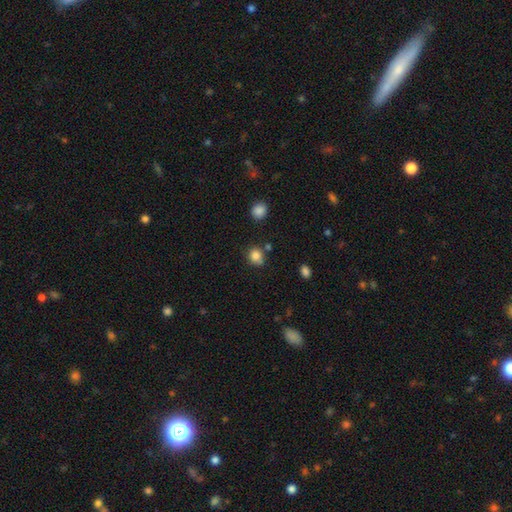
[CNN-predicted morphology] A smooth galaxy with no disk features (83%) that is round (82%).

Vote fractions:
- Smooth or featured? smooth: 83% / star or artifact: 12% / featured or disk: 5%
- How rounded? round: 82% / in between: 17% / cigar-shaped: 1%
- Merging? none: 71% / minor disturbance: 15% / merger: 9% / major disturbance: 4%